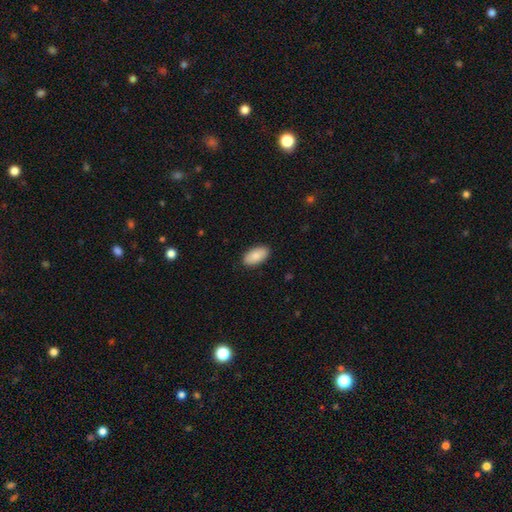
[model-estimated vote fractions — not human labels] Smooth or featured? smooth (85%)
How rounded? in between (95%)
Merging? none (89%)